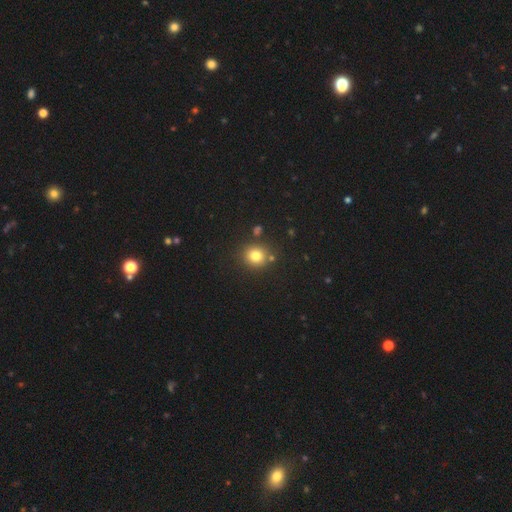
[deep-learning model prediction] Morphology: type=smooth (79%); roundness=round (83%); merging=none (80%).